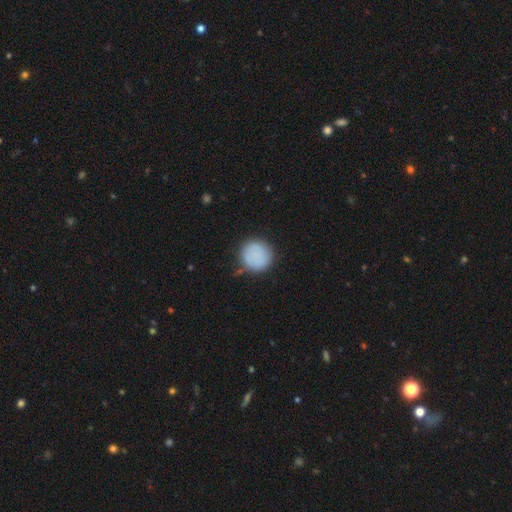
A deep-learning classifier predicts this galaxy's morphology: The model was most divided on "merging": none: 79%, minor disturbance: 14%, major disturbance: 4%, merger: 2%. More confident: how rounded — round (94%); smooth or featured — smooth (83%).